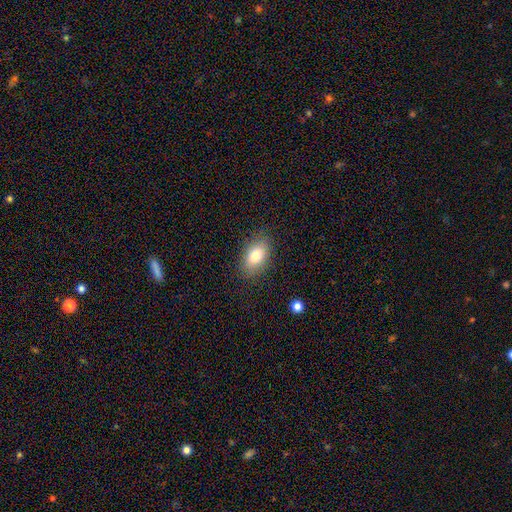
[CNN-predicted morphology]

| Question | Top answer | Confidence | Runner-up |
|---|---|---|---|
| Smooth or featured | smooth | 79% | featured or disk (13%) |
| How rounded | in between | 89% | round (8%) |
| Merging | none | 85% | minor disturbance (11%) |